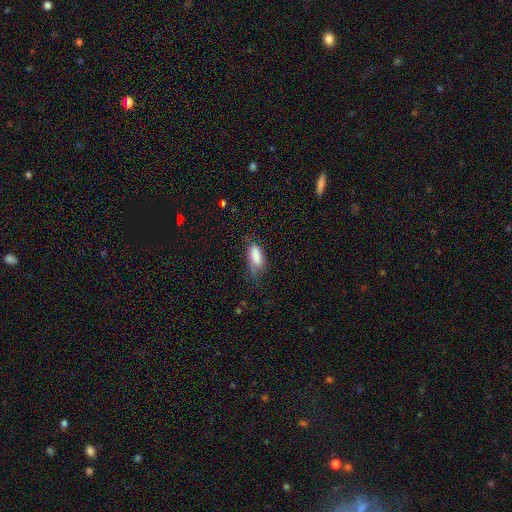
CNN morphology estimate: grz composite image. It shows a smooth galaxy with no disk features (83%) that is in between round and cigar-shaped (83%). Merging: none (42%).